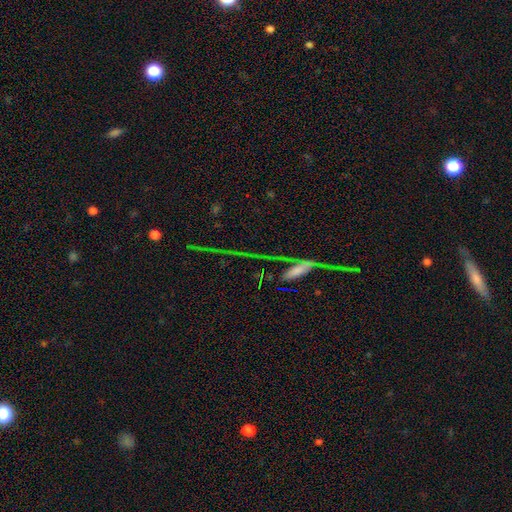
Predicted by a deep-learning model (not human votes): A star or artifact, not a galaxy (48%).

Vote fractions:
- Smooth or featured? star or artifact: 48% / featured or disk: 33% / smooth: 18%